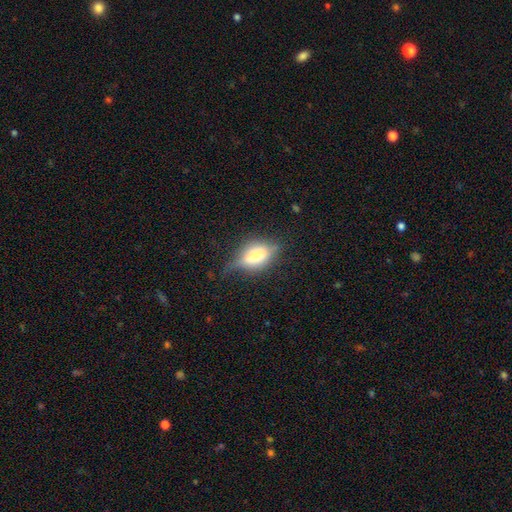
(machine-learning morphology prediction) Smooth or featured? Predicted: smooth (p=0.51). How rounded? Predicted: in between (p=0.77). Merging? Predicted: none (p=0.53).